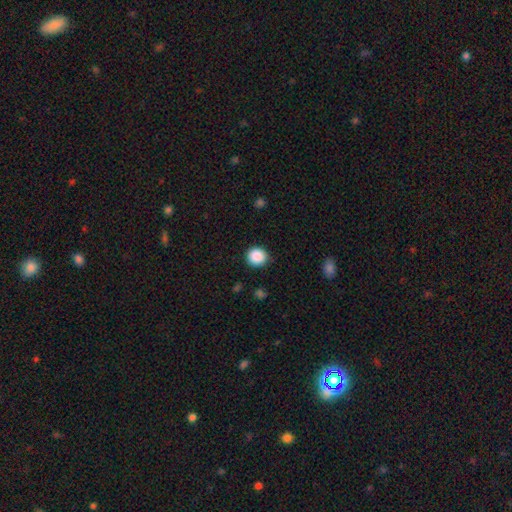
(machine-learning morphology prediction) A smooth galaxy with no disk features (88%) that is round (90%). Merging: none (88%).